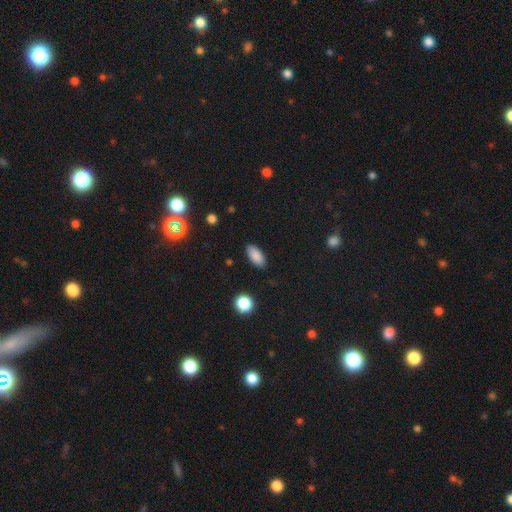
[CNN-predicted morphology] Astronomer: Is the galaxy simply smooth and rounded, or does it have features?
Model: smooth — 86%.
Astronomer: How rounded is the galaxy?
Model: in between — 90%.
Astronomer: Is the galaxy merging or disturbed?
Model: none — 87%.